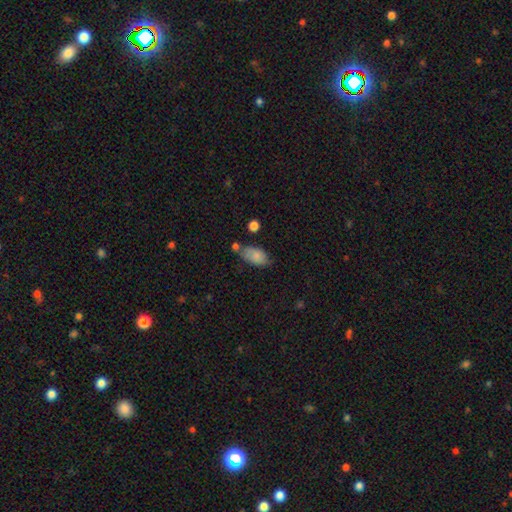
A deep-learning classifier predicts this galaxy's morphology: Q: Smooth or featured?
A: smooth (80%); runner-up: featured or disk (12%)
Q: How rounded?
A: in between (92%); runner-up: round (4%)
Q: Merging?
A: none (54%); runner-up: minor disturbance (26%)